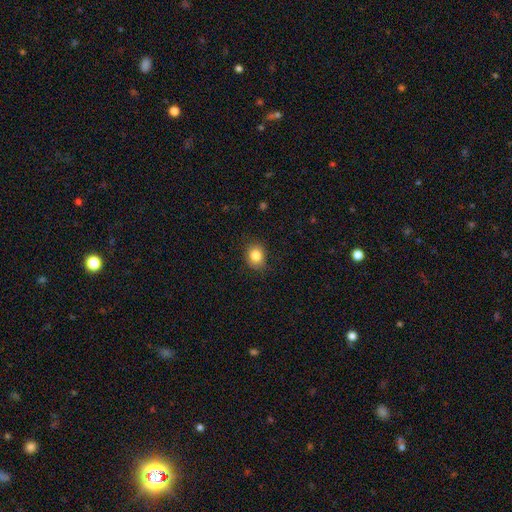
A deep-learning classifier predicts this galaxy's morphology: Q: Smooth or featured?
A: smooth (84%); runner-up: star or artifact (10%)
Q: How rounded?
A: round (64%); runner-up: in between (35%)
Q: Merging?
A: none (84%); runner-up: minor disturbance (12%)